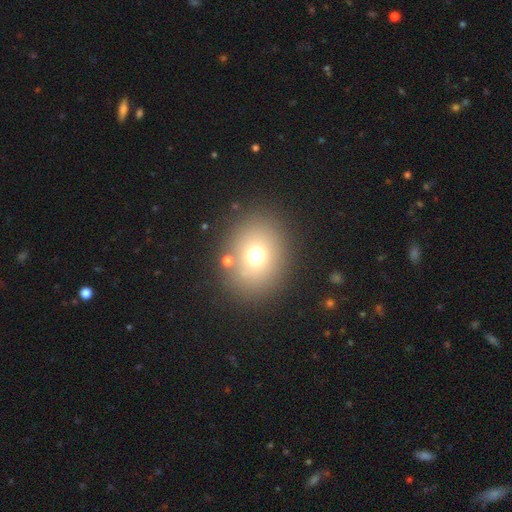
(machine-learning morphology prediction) A smooth galaxy with no disk features (70%) that is round (60%).

Vote fractions:
- Smooth or featured? smooth: 70% / star or artifact: 17% / featured or disk: 13%
- How rounded? round: 60% / in between: 39% / cigar-shaped: 1%
- Merging? none: 81% / minor disturbance: 9% / merger: 5% / major disturbance: 5%